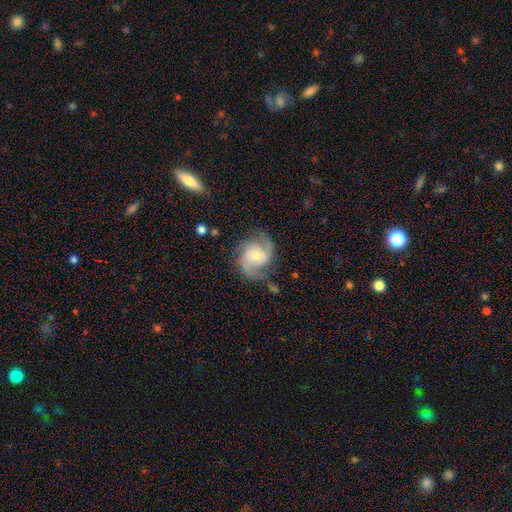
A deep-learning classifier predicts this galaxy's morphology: smooth-or-featured: featured or disk: 86% | smooth: 8% | star or artifact: 5%
  disk-edge-on: no: 98% | yes: 2%
    bar: no: 55% | weak: 36% | strong: 9%
    has-spiral-arms: yes: 97% | no: 3%
      spiral-winding: medium: 53% | tight: 26% | loose: 21%
      spiral-arm-count: 2: 83% | 3: 6% | can't tell: 5% | 1: 3% | 4: 2% | more than 4: 2%
    bulge-size: small: 48% | moderate: 47% | large: 3% | none: 1% | dominant: 1%
  merging: none: 72% | minor disturbance: 17% | major disturbance: 9% | merger: 2%